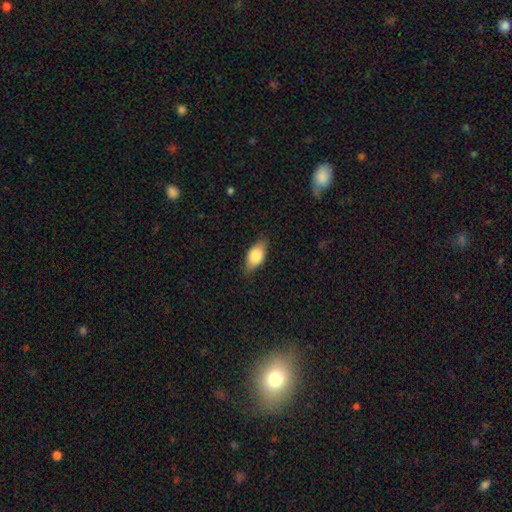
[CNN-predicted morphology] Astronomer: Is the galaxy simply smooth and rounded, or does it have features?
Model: smooth — 82%.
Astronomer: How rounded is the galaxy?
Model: in between — 89%.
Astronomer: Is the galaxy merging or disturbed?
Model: none — 79%.